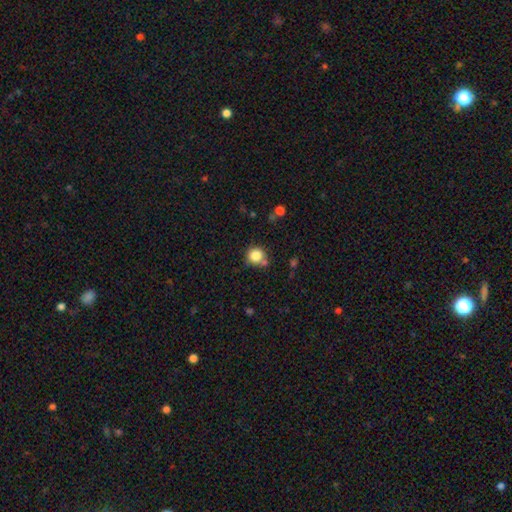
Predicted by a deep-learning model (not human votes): A smooth galaxy with no disk features (83%) that is round (89%). Merging: none (69%).